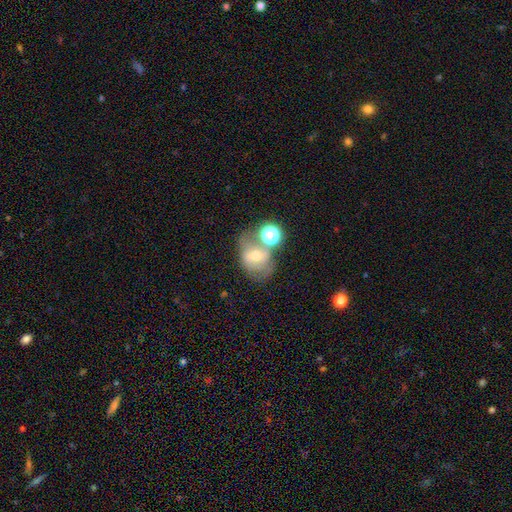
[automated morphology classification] The model was most divided on "merging": none: 37%, merger: 33%, minor disturbance: 16%, major disturbance: 13%. Remaining: smooth or featured — featured or disk (45%).